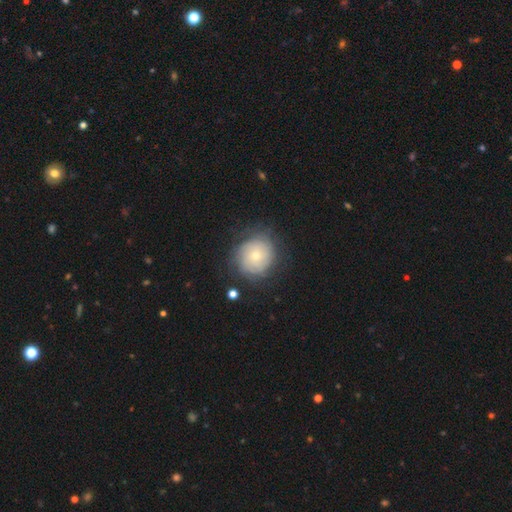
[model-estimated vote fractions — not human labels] This is possibly a smooth galaxy (46%). Merging: likely none (73%).